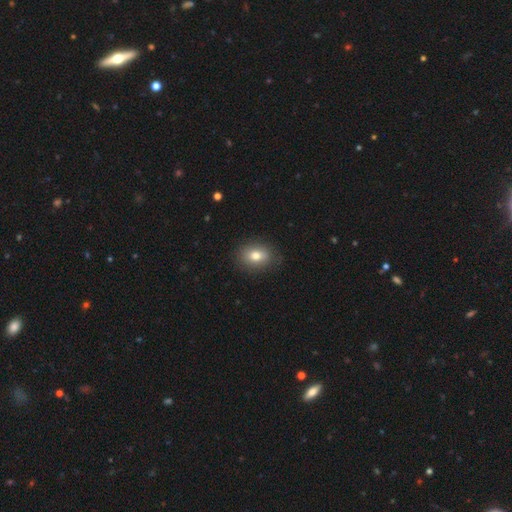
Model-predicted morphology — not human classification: type=smooth (77%); roundness=in between (67%); merging=none (84%).